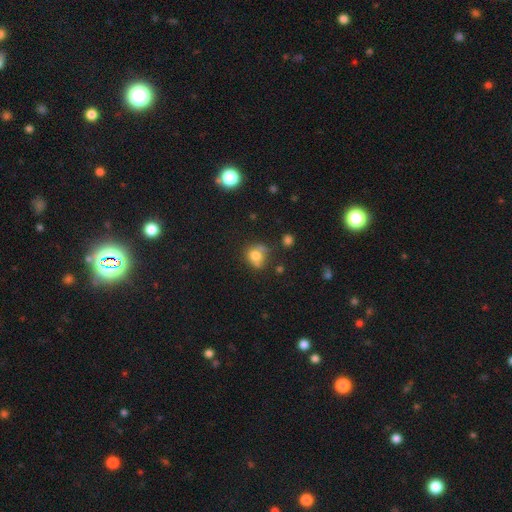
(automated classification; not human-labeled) Smooth or featured?
  - smooth: 74% *
  - featured or disk: 14%
  - star or artifact: 12%
How rounded?
  - round: 73% *
  - in between: 26%
  - cigar-shaped: 1%
Merging?
  - none: 48% *
  - minor disturbance: 25%
  - merger: 17%
  - major disturbance: 10%